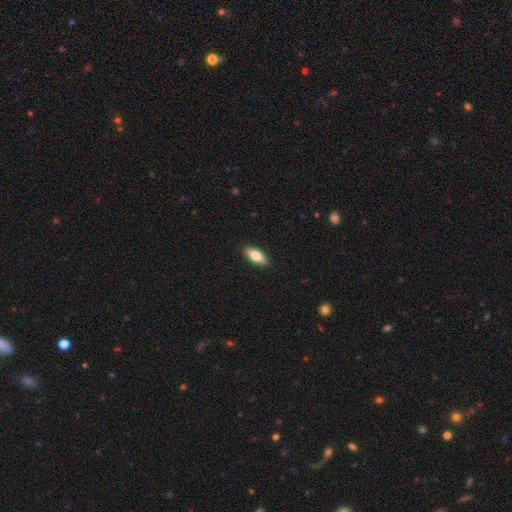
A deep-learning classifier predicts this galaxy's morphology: A smooth galaxy with no disk features (75%) that is in between round and cigar-shaped (71%). Merging: none (90%).